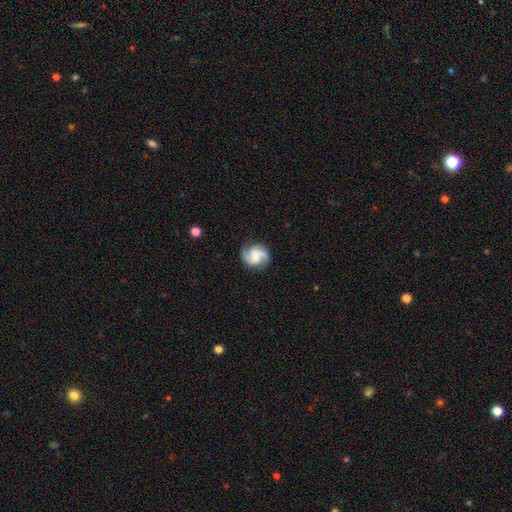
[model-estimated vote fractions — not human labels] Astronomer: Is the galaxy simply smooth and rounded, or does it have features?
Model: featured or disk — 83%.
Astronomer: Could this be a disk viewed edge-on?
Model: no — 98%.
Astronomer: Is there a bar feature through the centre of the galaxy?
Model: weak — 45% (runner-up: no, 39%).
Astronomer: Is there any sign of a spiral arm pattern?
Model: yes — 97%.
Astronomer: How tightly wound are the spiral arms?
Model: medium — 52%.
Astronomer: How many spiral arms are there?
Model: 2 — 84%.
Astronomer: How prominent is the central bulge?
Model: moderate — 31%, tied with small at 31%.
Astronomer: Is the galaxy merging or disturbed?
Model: none — 82%.